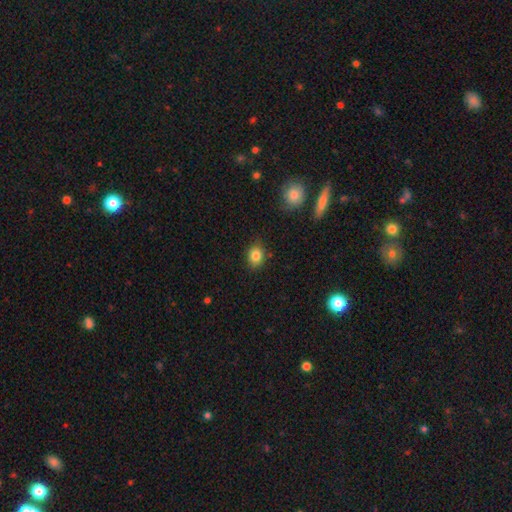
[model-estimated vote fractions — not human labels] A smooth galaxy with no disk features (84%) that is round (56%).

Vote fractions:
- Smooth or featured? smooth: 84% / star or artifact: 10% / featured or disk: 6%
- How rounded? round: 56% / in between: 43% / cigar-shaped: 1%
- Merging? none: 83% / minor disturbance: 12% / major disturbance: 3% / merger: 2%